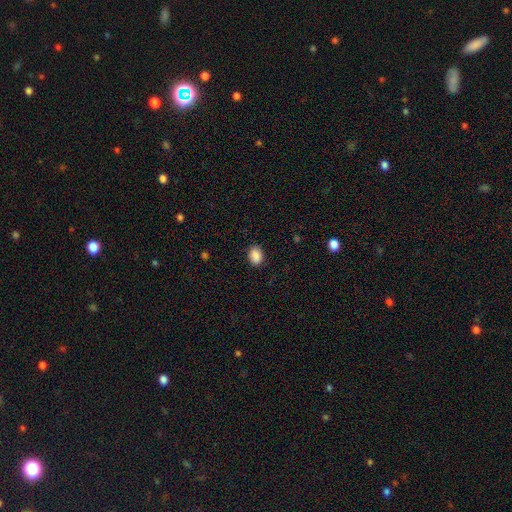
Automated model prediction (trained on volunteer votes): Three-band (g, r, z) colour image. It shows a smooth galaxy with no disk features (89%) that is in between round and cigar-shaped (79%). Merging: none (86%).